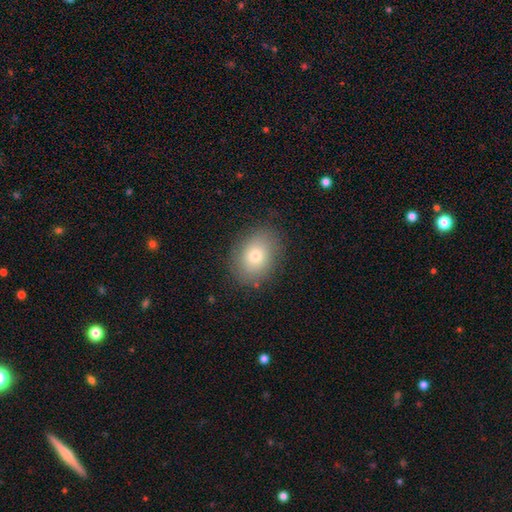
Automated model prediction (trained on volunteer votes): Smooth or featured? smooth (75%)
How rounded? in between (59%)
Merging? none (84%)